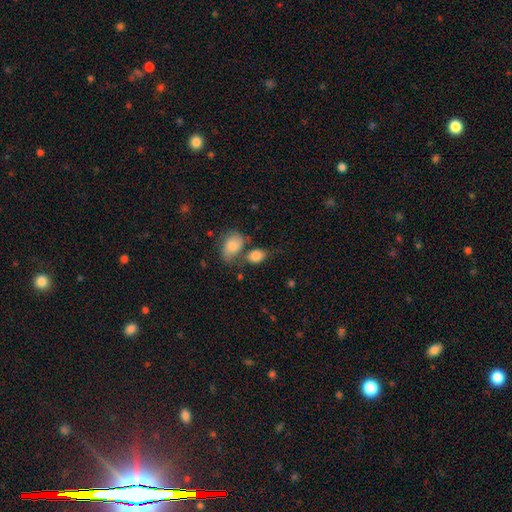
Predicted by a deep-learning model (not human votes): This appears to be a smooth galaxy with no disk features (84%) that is in between round and cigar-shaped (76%). Merging: none (48%).